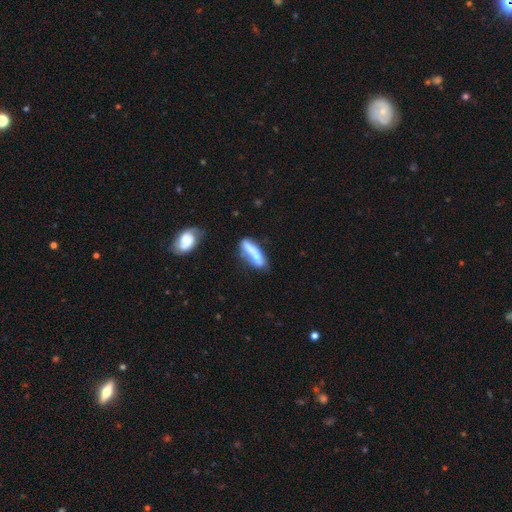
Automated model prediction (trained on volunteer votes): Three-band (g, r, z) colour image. It shows a smooth galaxy with no disk features (68%) that is cigar-shaped (59%). Merging: none (47%).